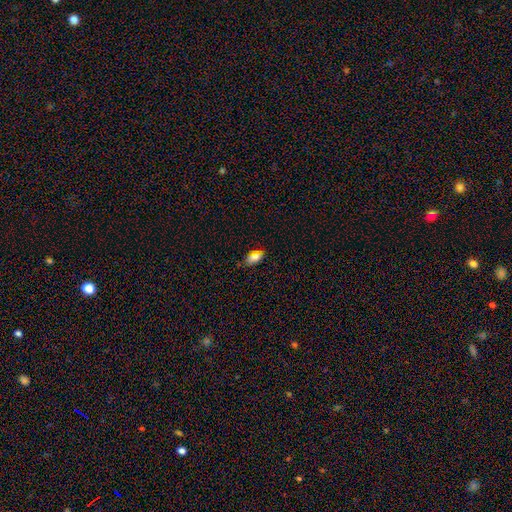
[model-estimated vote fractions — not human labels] This is likely a smooth galaxy (76%). How rounded: clearly in between (90%). Merging: clearly none (82%).